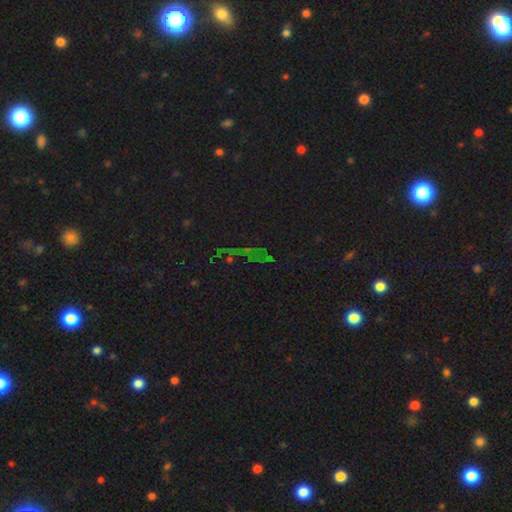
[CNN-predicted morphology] This is likely a star or artifact rather than a galaxy (68%).